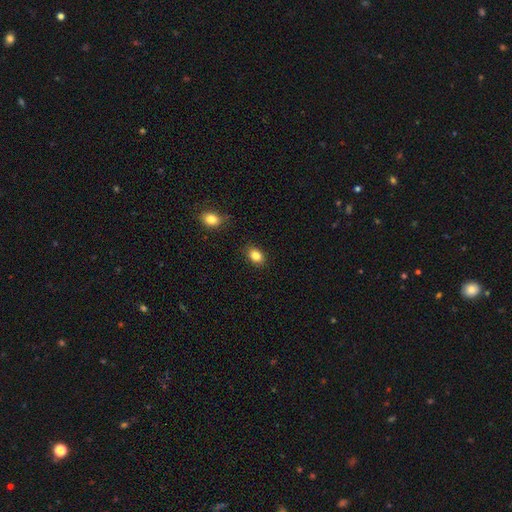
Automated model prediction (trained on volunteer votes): smooth-or-featured: smooth: 84% | star or artifact: 10% | featured or disk: 6%
  how-rounded: in between: 73% | round: 26% | cigar-shaped: 1%
  merging: none: 87% | minor disturbance: 10% | major disturbance: 2% | merger: 1%